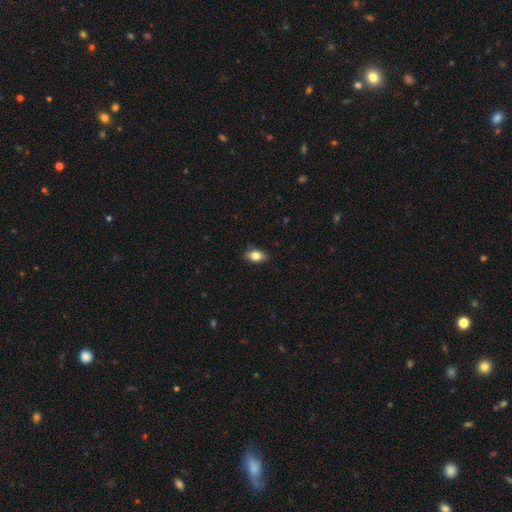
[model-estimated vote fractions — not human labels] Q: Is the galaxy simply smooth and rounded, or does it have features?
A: smooth — 82%.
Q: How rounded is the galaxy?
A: in between — 86%.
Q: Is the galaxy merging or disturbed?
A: none — 83%.